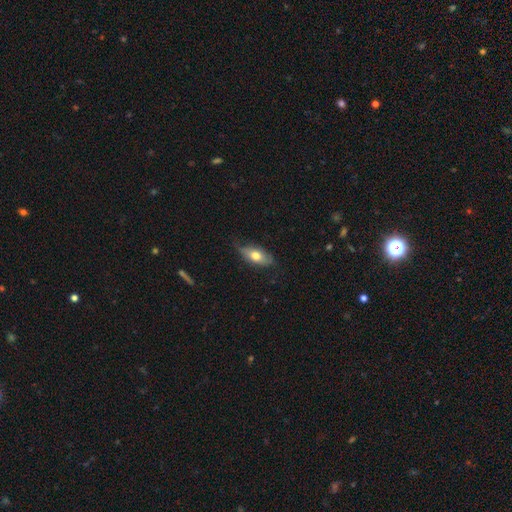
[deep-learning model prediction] Smooth or featured? Predicted: smooth (p=0.66). How rounded? Predicted: in between (p=0.83). Merging? Predicted: none (p=0.63).